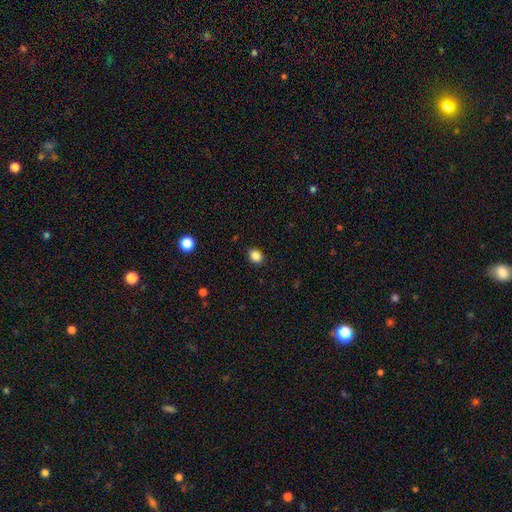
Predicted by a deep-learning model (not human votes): This appears to be a smooth galaxy with no disk features (86%) that is round (58%). Merging: none (88%).